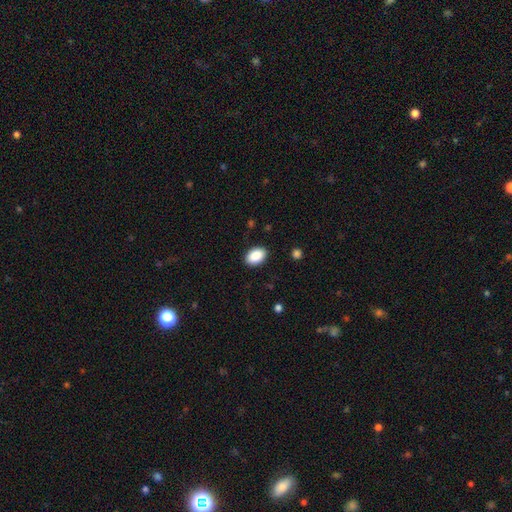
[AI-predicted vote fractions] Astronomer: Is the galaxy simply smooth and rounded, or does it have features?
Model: smooth — 89%.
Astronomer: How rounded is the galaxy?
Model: in between — 89%.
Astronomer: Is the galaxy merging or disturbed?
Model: none — 88%.